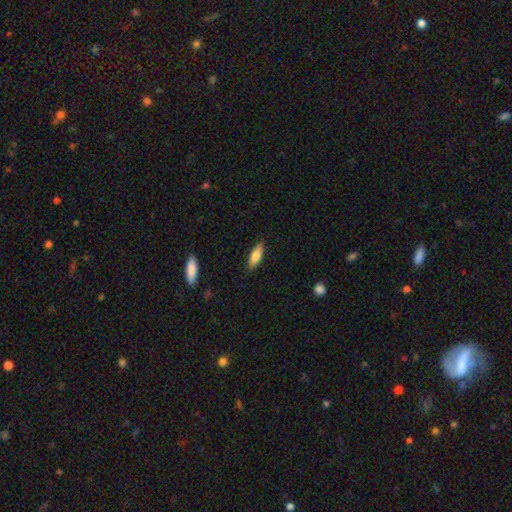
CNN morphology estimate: smooth_or_featured: smooth (p=0.77) [alt: featured or disk p=0.17]
how_rounded: in between (p=0.55) [alt: cigar-shaped p=0.43]
merging: none (p=0.87) [alt: minor disturbance p=0.10]